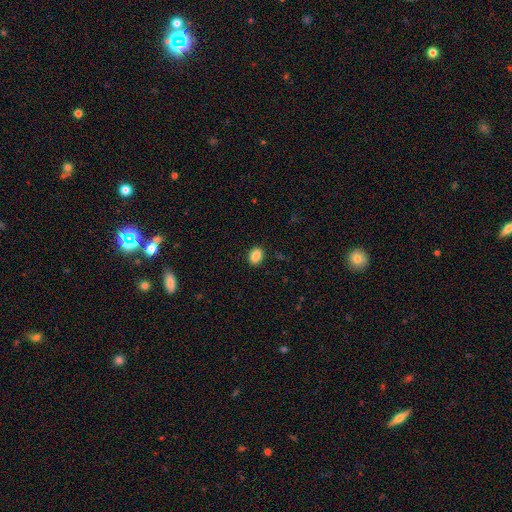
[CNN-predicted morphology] Smooth or featured: smooth — 88% (star or artifact — 8%)
How rounded: in between — 76% (round — 23%)
Merging: none — 90% (minor disturbance — 7%)